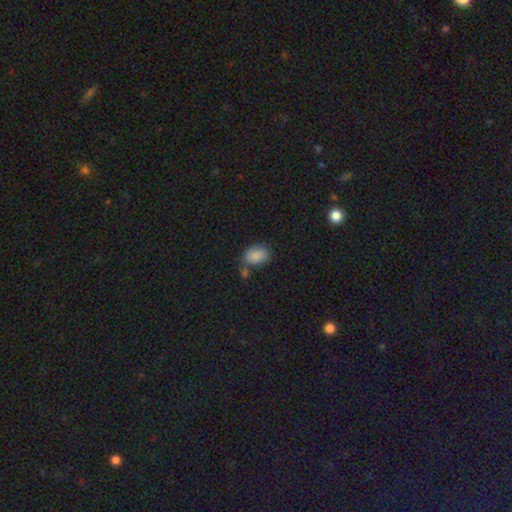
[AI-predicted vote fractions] Morphology: type=smooth (86%); roundness=in between (75%); merging=none (62%).